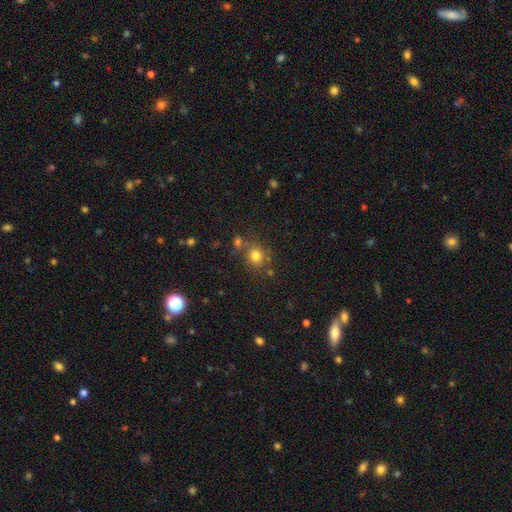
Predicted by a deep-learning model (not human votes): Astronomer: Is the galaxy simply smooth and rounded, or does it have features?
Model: smooth — 77%.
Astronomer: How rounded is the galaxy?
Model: round — 84%.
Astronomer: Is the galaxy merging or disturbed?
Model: none — 70%.